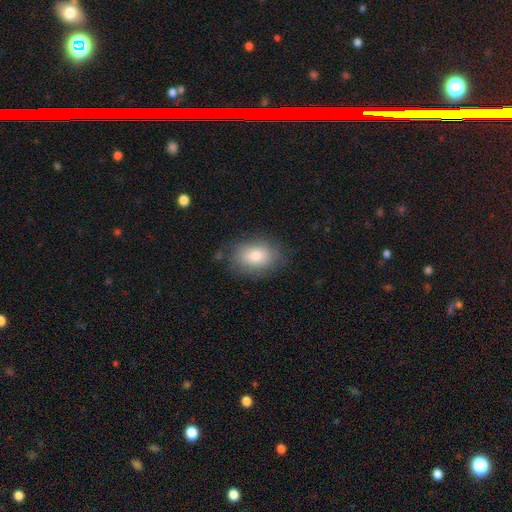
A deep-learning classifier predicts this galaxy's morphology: Smooth or featured? smooth (73%)
How rounded? in between (74%)
Merging? none (77%)